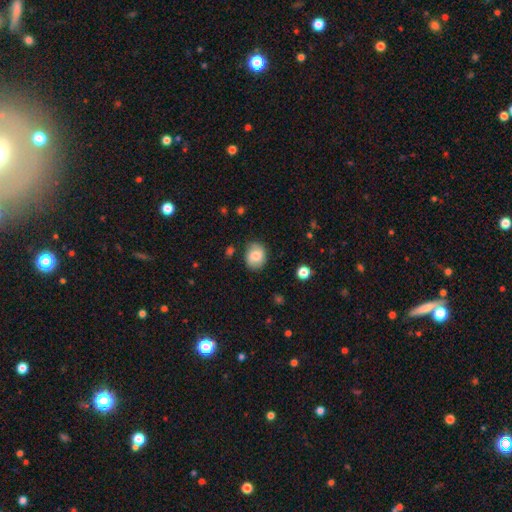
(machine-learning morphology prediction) A smooth galaxy with no disk features (72%) that is round (57%). Merging: none (77%).